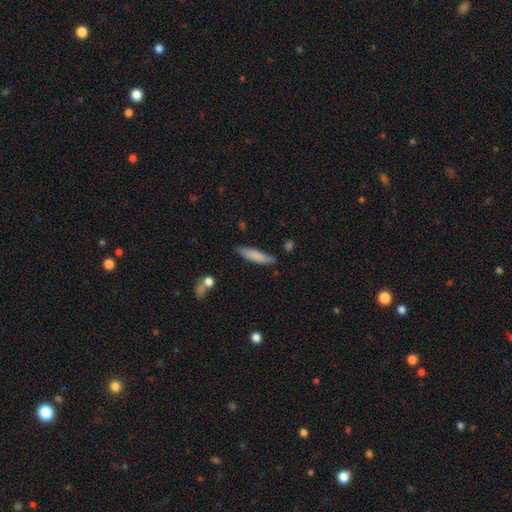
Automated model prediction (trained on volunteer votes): The model was most divided on "how rounded": cigar-shaped: 77%, in between: 22%, round: 1%. More confident: smooth or featured — smooth (79%); merging — none (78%).